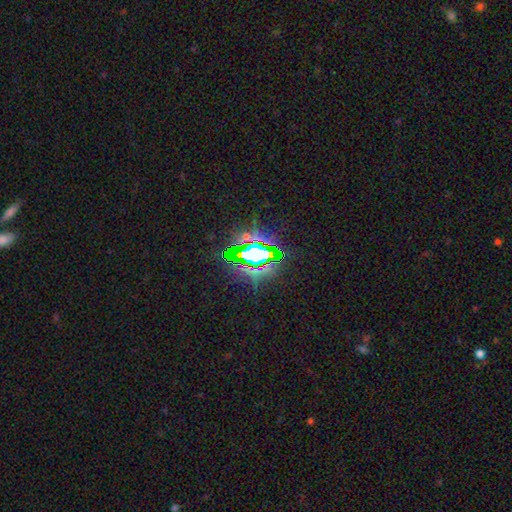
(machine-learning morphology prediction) smooth_or_featured: star or artifact (p=0.73) [alt: smooth p=0.14]